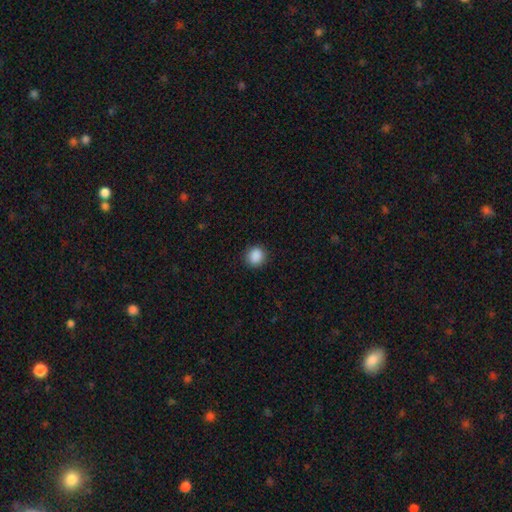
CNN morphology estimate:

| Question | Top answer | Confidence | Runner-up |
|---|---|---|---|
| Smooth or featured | smooth | 89% | star or artifact (9%) |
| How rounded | round | 84% | in between (15%) |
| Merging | none | 90% | minor disturbance (7%) |